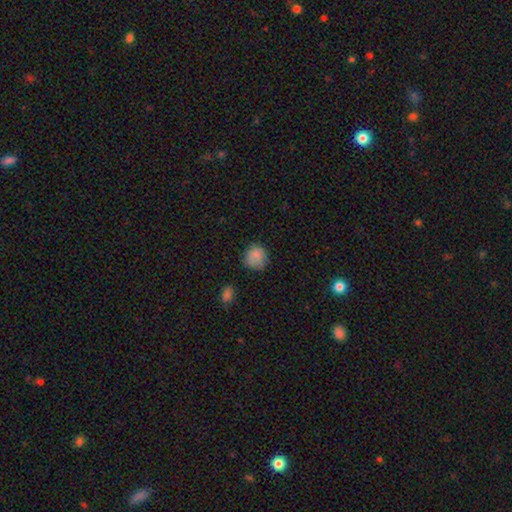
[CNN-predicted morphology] smooth 83%, star or artifact 11%, featured or disk 6%. Down the decision tree: how rounded — round (87%); merging — none (74%).